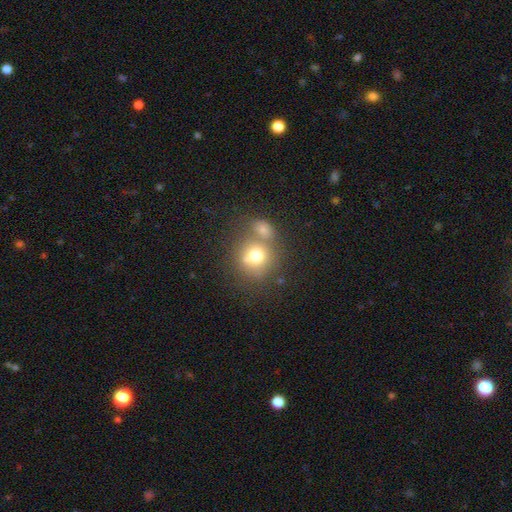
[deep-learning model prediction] Q: Smooth or featured?
A: smooth (71%); runner-up: featured or disk (16%)
Q: How rounded?
A: round (83%); runner-up: in between (16%)
Q: Merging?
A: none (48%); runner-up: merger (37%)